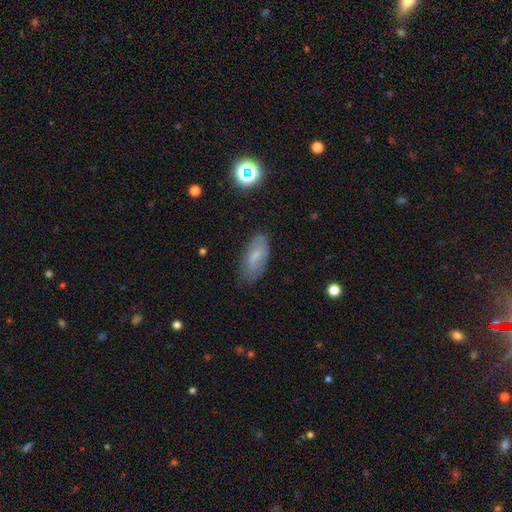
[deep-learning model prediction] smooth_or_featured: smooth (p=0.62) [alt: featured or disk p=0.28]
how_rounded: in between (p=0.85) [alt: cigar-shaped p=0.12]
merging: none (p=0.75) [alt: minor disturbance p=0.19]